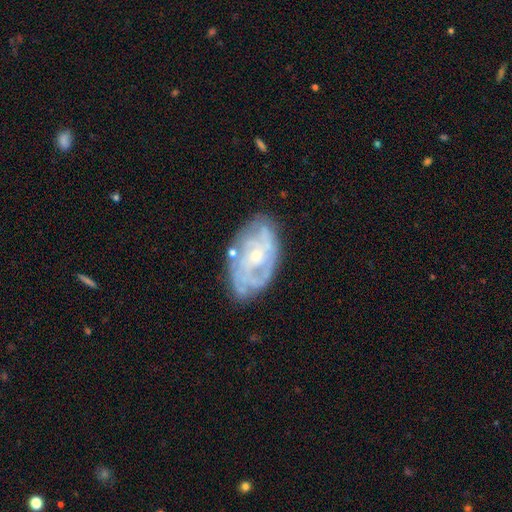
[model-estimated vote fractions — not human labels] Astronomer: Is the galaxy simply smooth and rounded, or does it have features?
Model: featured or disk — 79%.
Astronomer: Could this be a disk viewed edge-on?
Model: no — 95%.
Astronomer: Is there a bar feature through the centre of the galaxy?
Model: no — 72%.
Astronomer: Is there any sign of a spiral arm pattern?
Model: yes — 83%.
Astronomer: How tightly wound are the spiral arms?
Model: tight — 59%.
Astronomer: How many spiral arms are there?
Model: can't tell — 44% (runner-up: 2, 22%).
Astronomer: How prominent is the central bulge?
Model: small — 64%.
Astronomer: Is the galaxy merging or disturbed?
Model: none — 70%.